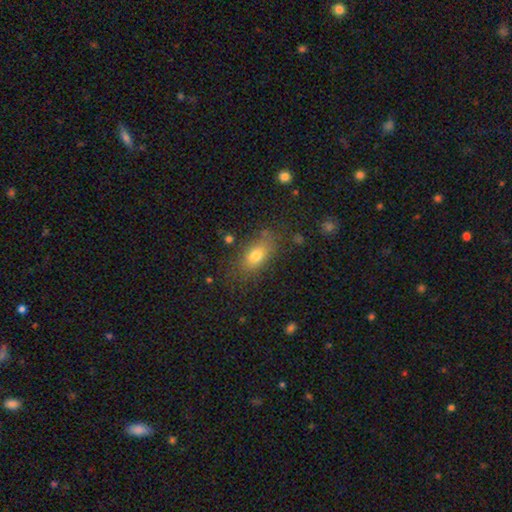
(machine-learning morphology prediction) smooth_or_featured: smooth (p=0.75) [alt: featured or disk p=0.14]
how_rounded: in between (p=0.81) [alt: round p=0.12]
merging: none (p=0.73) [alt: minor disturbance p=0.17]